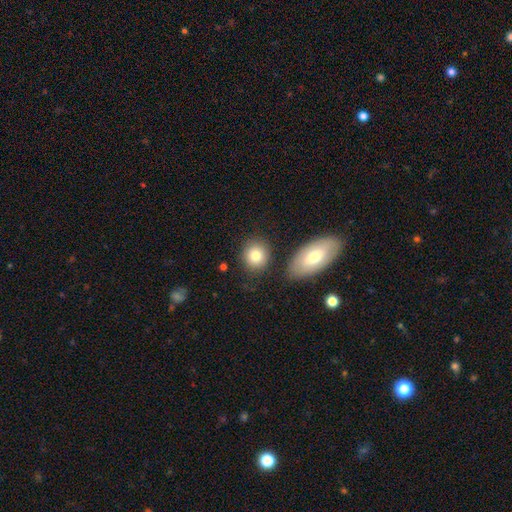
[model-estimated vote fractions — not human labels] The model was most divided on "how rounded": round: 79%, in between: 20%, cigar-shaped: 1%. More confident: smooth or featured — smooth (81%); merging — none (79%).